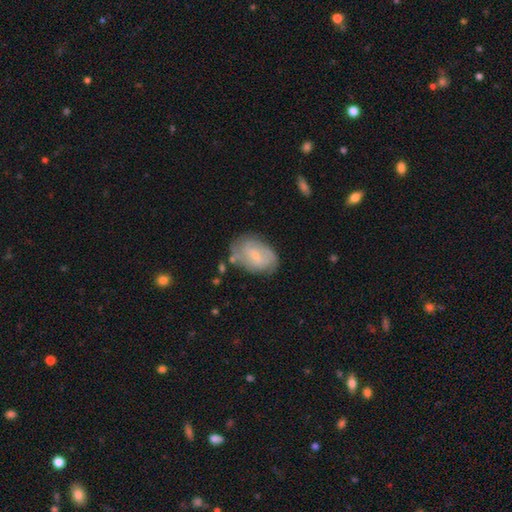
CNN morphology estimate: Overall: featured or disk (66%; smooth 27%). Edge-on disk: no (96%). Bar: weak (46%; no 43%). Spiral arms: yes (84%). Spiral arm count: 2 (38%; can't tell 37%). Spiral winding: tight (49%; medium 36%). Bulge size: small (75%). Merging: none (68%).